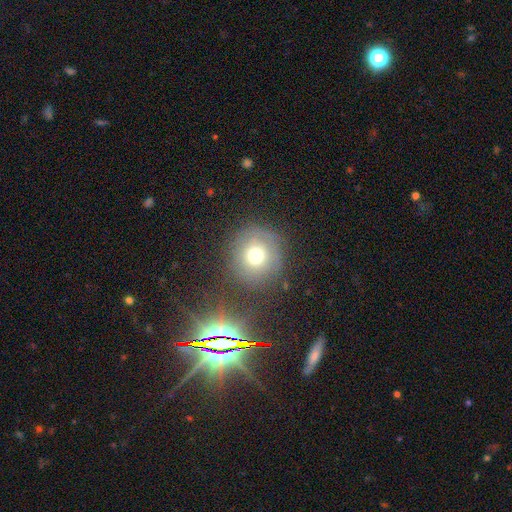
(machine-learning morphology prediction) Smooth or featured: smooth — 68% (featured or disk — 17%)
How rounded: round — 93% (in between — 6%)
Merging: none — 79% (minor disturbance — 11%)